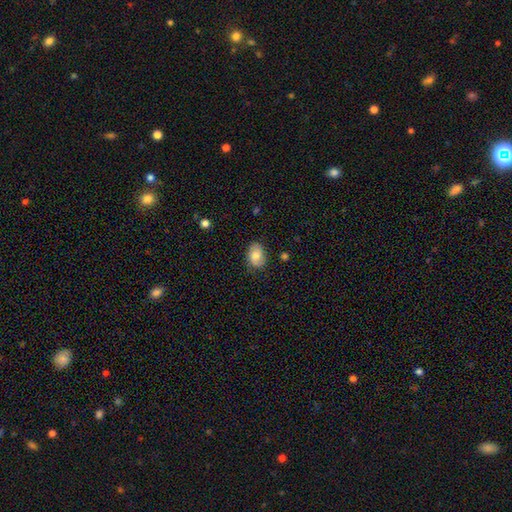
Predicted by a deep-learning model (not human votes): Smooth or featured?
  - smooth: 74% *
  - featured or disk: 19%
  - star or artifact: 8%
How rounded?
  - in between: 74% *
  - round: 25%
  - cigar-shaped: 1%
Merging?
  - none: 77% *
  - minor disturbance: 18%
  - major disturbance: 4%
  - merger: 1%